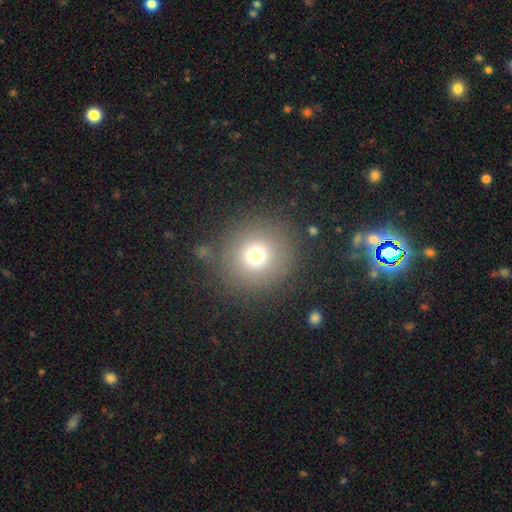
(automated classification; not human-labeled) Smooth or featured?
  - smooth: 73% *
  - star or artifact: 16%
  - featured or disk: 12%
How rounded?
  - round: 93% *
  - in between: 6%
  - cigar-shaped: 1%
Merging?
  - none: 85% *
  - minor disturbance: 8%
  - major disturbance: 4%
  - merger: 3%